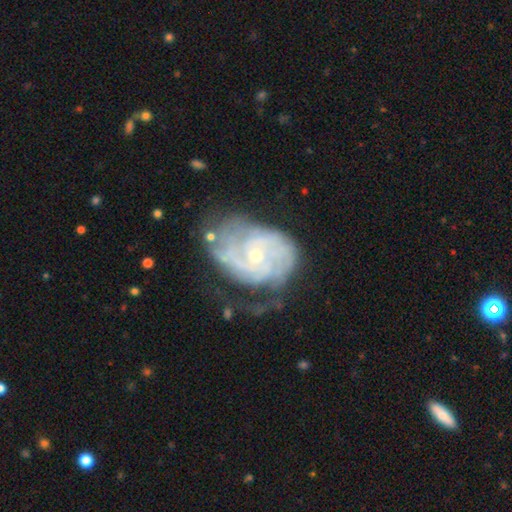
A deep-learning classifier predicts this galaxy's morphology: This is clearly a featured or disk galaxy (86%). It is clearly not viewed edge-on (97%). Bar: likely no (69%). Spiral arm pattern: clearly yes (94%). Spiral arm count: marginally can't tell (33%). Spiral winding: likely tight (62%). Central bulge: likely small (69%). Merging: possibly none (49%).